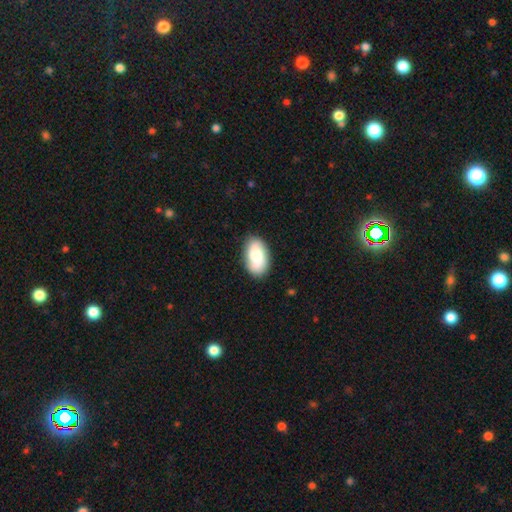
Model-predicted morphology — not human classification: Smooth or featured? Predicted: smooth (p=0.74). How rounded? Predicted: in between (p=0.93). Merging? Predicted: none (p=0.83).